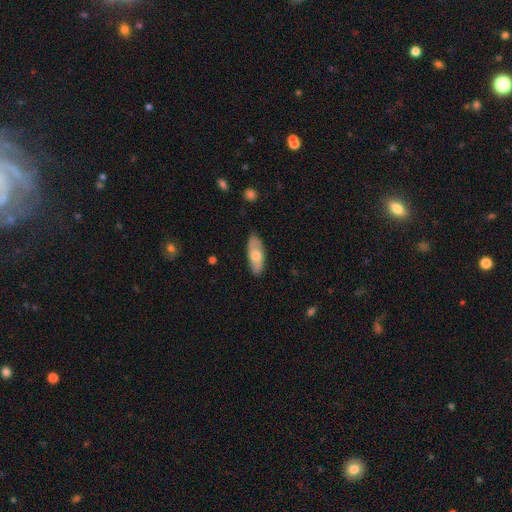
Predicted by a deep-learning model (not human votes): This is likely a smooth galaxy (62%). How rounded: likely in between (75%). Merging: clearly none (82%).